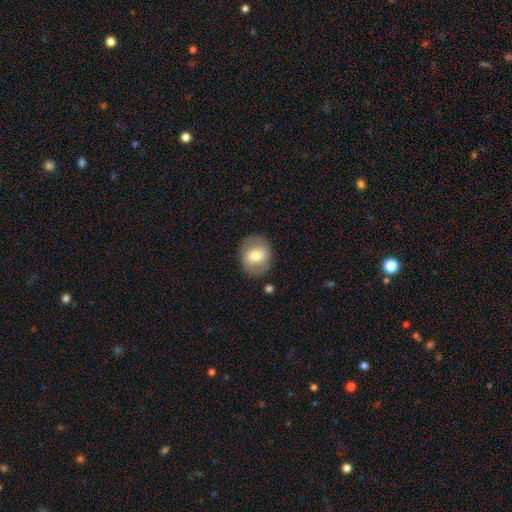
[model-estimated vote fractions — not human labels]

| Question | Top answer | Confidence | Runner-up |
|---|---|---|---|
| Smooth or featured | smooth | 65% | featured or disk (28%) |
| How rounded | round | 51% | in between (48%) |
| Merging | none | 81% | minor disturbance (12%) |